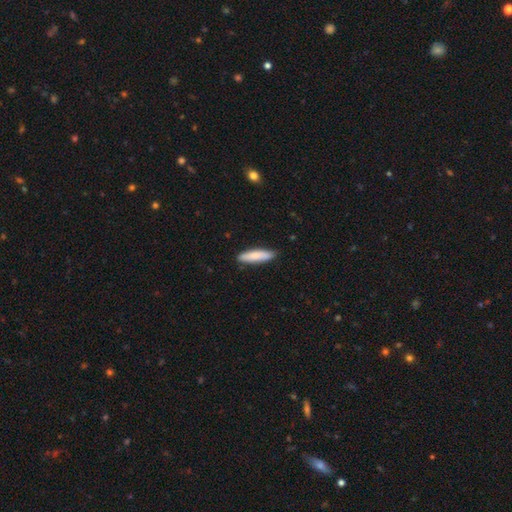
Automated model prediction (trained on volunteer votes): smooth_or_featured: smooth (p=0.84) [alt: featured or disk p=0.11]
how_rounded: cigar-shaped (p=0.72) [alt: in between p=0.26]
merging: none (p=0.88) [alt: minor disturbance p=0.10]